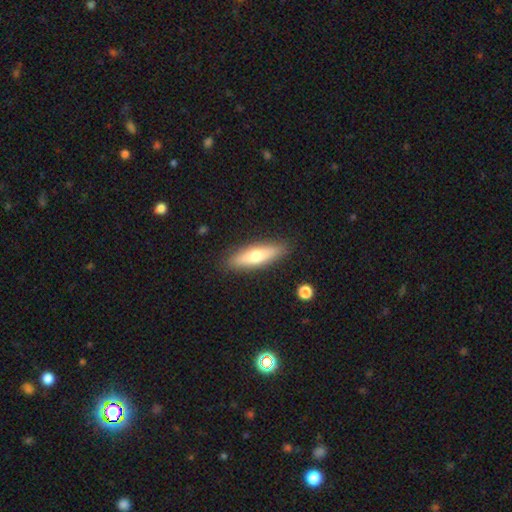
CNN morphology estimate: Smooth or featured? smooth (62%)
How rounded? cigar-shaped (64%)
Merging? none (88%)